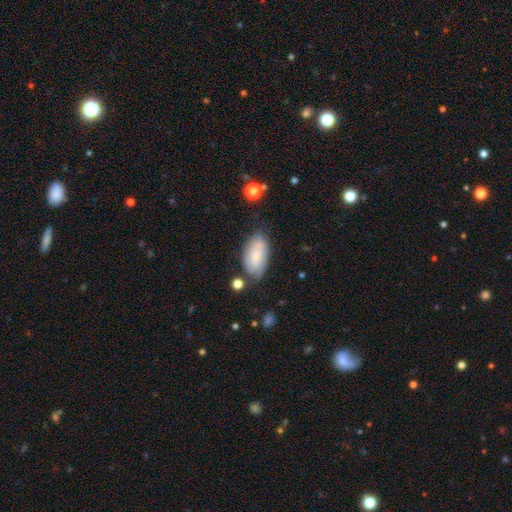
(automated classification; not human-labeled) smooth_or_featured: smooth (p=0.68) [alt: featured or disk p=0.23]
how_rounded: in between (p=0.92) [alt: cigar-shaped p=0.05]
merging: none (p=0.68) [alt: minor disturbance p=0.22]